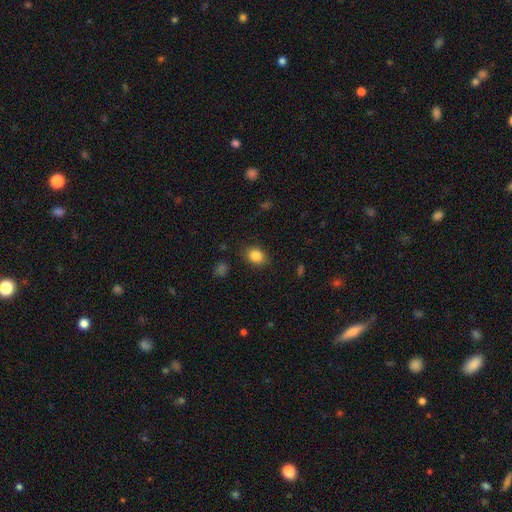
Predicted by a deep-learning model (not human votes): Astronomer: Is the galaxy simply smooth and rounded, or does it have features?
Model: smooth — 85%.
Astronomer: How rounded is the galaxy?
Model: in between — 55% (runner-up: round, 44%).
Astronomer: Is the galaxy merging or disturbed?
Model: none — 85%.